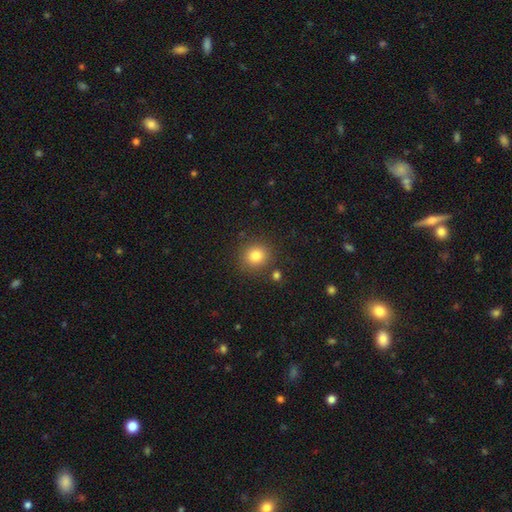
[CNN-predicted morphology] A smooth galaxy with no disk features (82%) that is round (86%). Merging: none (84%).